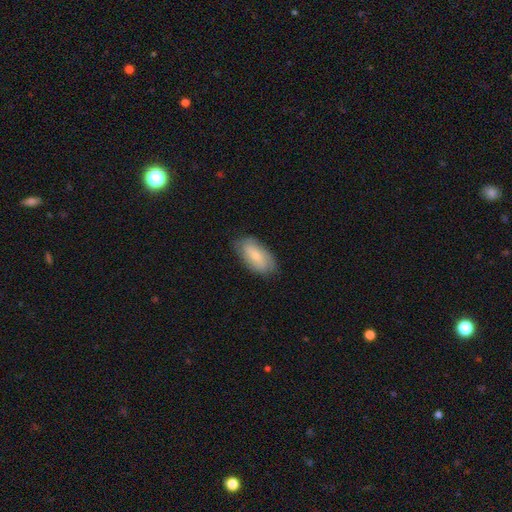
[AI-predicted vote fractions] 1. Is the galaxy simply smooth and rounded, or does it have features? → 63% smooth, 31% featured or disk, 6% star or artifact.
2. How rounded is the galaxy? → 91% in between, 5% cigar-shaped, 3% round.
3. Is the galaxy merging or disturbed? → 79% none, 17% minor disturbance, 3% major disturbance, 1% merger.